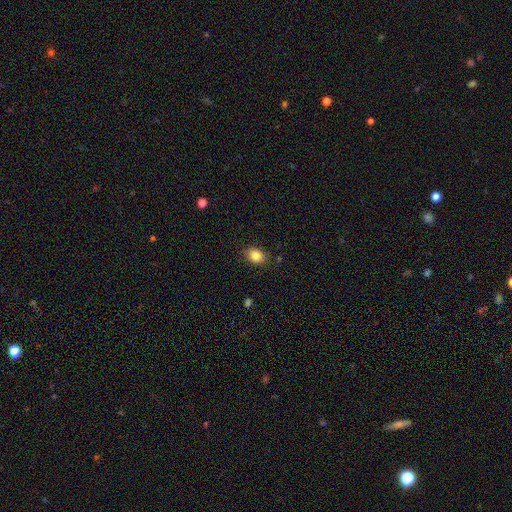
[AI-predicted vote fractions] A smooth galaxy with no disk features (84%) that is in between round and cigar-shaped (62%).

Vote fractions:
- Smooth or featured? smooth: 84% / star or artifact: 10% / featured or disk: 6%
- How rounded? in between: 62% / round: 36% / cigar-shaped: 1%
- Merging? none: 84% / minor disturbance: 12% / major disturbance: 3% / merger: 1%